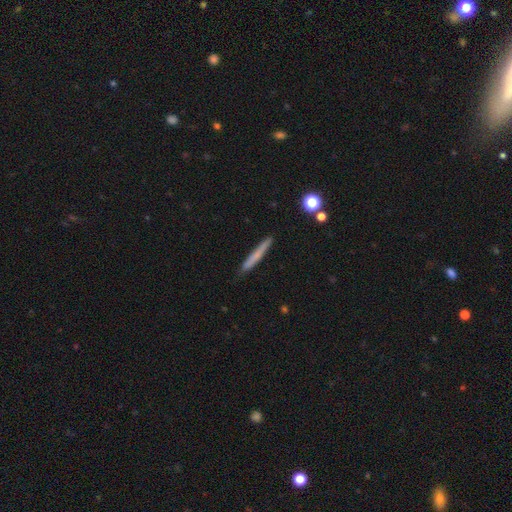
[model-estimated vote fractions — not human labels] Q: Smooth or featured?
A: smooth (66%); runner-up: featured or disk (27%)
Q: How rounded?
A: cigar-shaped (96%); runner-up: in between (2%)
Q: Merging?
A: none (88%); runner-up: minor disturbance (9%)